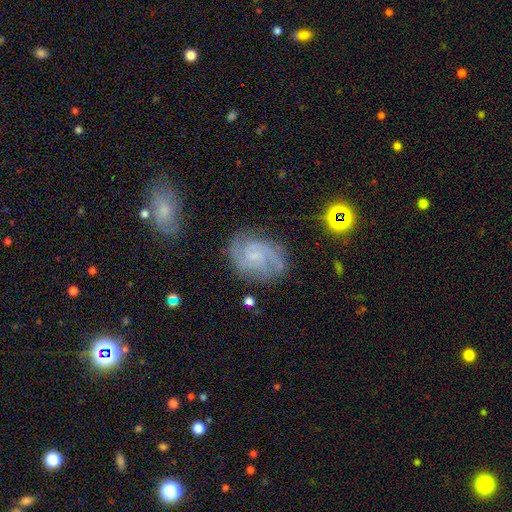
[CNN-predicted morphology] Overall: featured or disk (83%). Edge-on disk: no (98%). Bar: no (52%; weak 42%). Spiral arms: yes (97%). Spiral arm count: 2 (60%). Spiral winding: medium (46%; tight 43%). Bulge size: small (63%). Merging: none (75%).